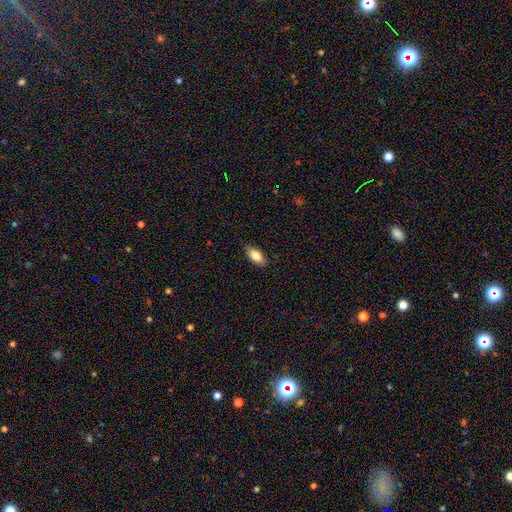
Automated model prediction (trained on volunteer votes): The model was most divided on "smooth or featured": smooth: 82%, featured or disk: 11%, star or artifact: 7%. More confident: how rounded — in between (88%); merging — none (86%).